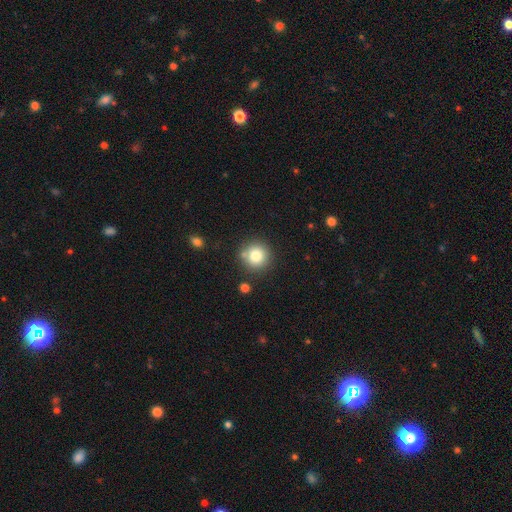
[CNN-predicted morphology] smooth_or_featured: smooth (p=0.80) [alt: star or artifact p=0.11]
how_rounded: round (p=0.94) [alt: in between p=0.05]
merging: none (p=0.81) [alt: minor disturbance p=0.09]